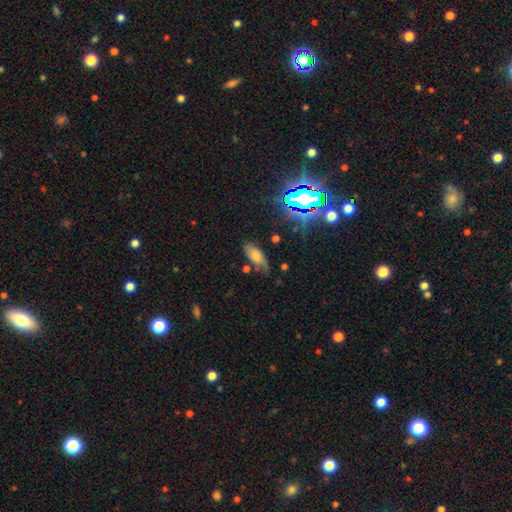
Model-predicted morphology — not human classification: Smooth or featured?
  - smooth: 51% *
  - star or artifact: 27%
  - featured or disk: 22%
How rounded?
  - in between: 77% *
  - cigar-shaped: 18%
  - round: 6%
Merging?
  - none: 68% *
  - minor disturbance: 21%
  - major disturbance: 7%
  - merger: 3%